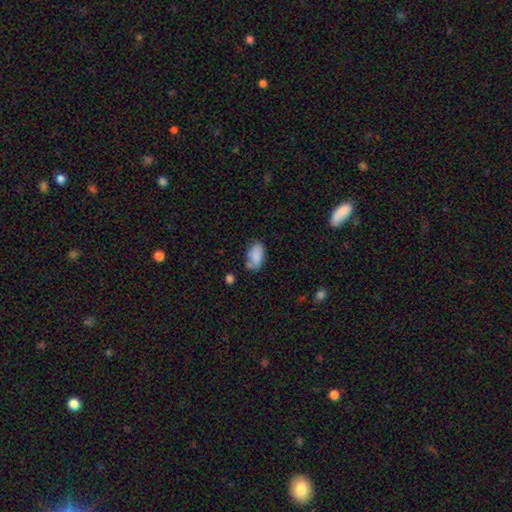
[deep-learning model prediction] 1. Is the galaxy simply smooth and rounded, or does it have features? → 81% smooth, 11% featured or disk, 8% star or artifact.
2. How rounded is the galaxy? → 93% in between, 5% round, 3% cigar-shaped.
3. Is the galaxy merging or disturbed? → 54% none, 28% minor disturbance, 9% major disturbance, 9% merger.